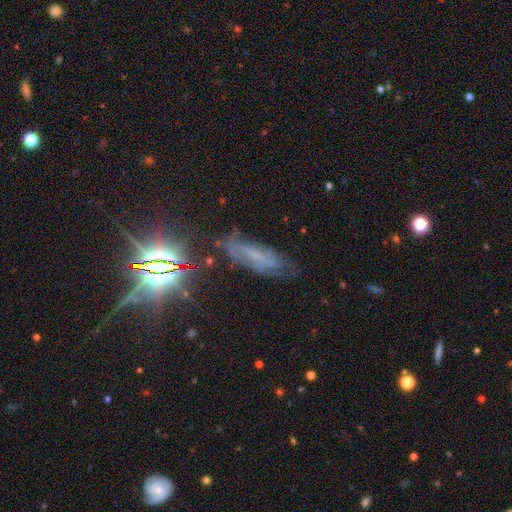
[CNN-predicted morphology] type=featured or disk (44%); merging=none (62%).